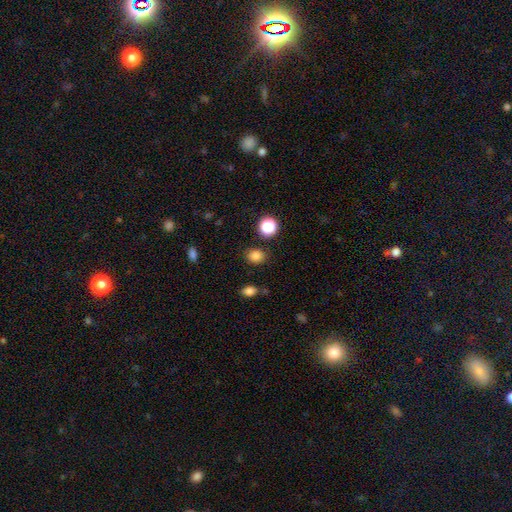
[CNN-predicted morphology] This is clearly a smooth galaxy (82%). How rounded: likely round (66%). Merging: clearly none (85%).